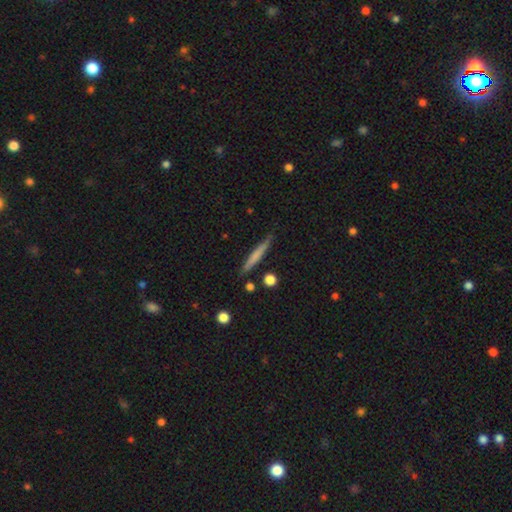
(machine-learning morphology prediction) The model was most divided on "smooth or featured": smooth: 63%, featured or disk: 31%, star or artifact: 6%. More confident: how rounded — cigar-shaped (95%); merging — none (85%).